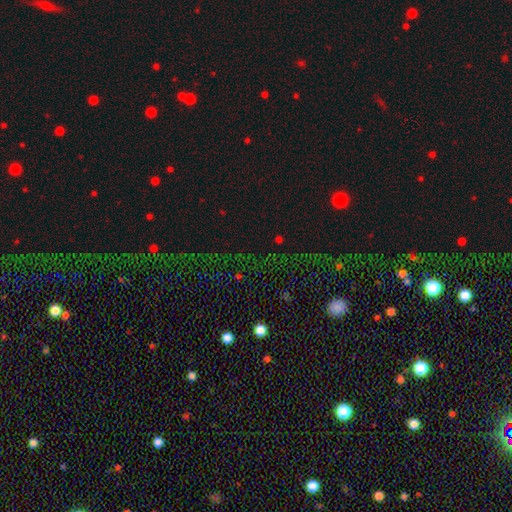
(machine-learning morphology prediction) Overall: star or artifact (73%).